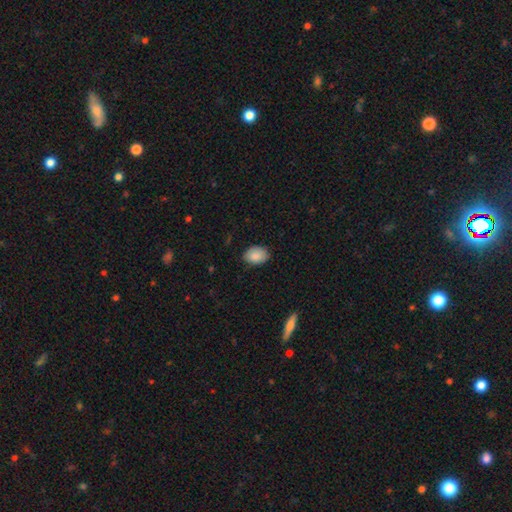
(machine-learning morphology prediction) smooth_or_featured: smooth (p=0.88) [alt: star or artifact p=0.07]
how_rounded: in between (p=0.81) [alt: round p=0.18]
merging: none (p=0.83) [alt: minor disturbance p=0.14]